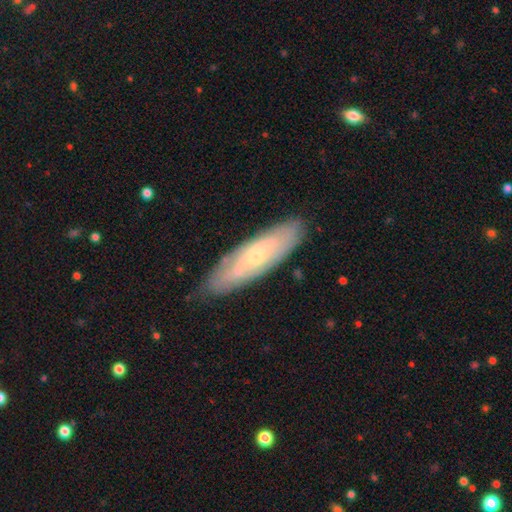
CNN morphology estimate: Q: Smooth or featured?
A: featured or disk (58%); runner-up: smooth (35%)
Q: Edge-on disk?
A: no (68%); runner-up: yes (32%)
Q: Merging?
A: none (81%); runner-up: minor disturbance (15%)